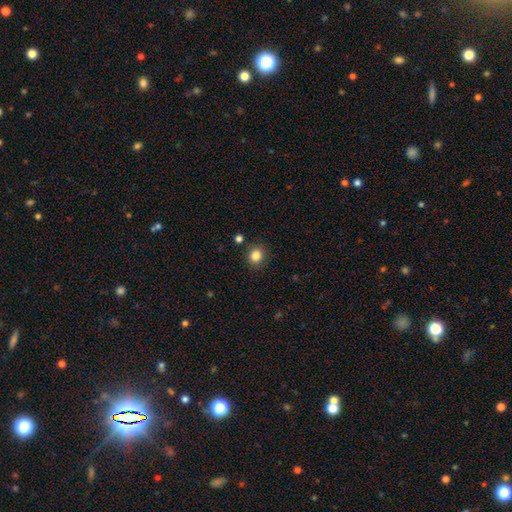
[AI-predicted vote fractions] Overall: smooth (84%). How rounded: round (82%). Merging: none (85%).